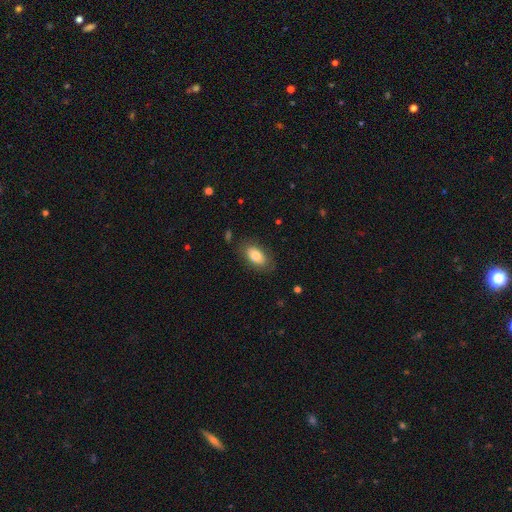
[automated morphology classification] smooth 76%, featured or disk 17%, star or artifact 7%. Down the decision tree: how rounded — in between (91%); merging — none (80%).